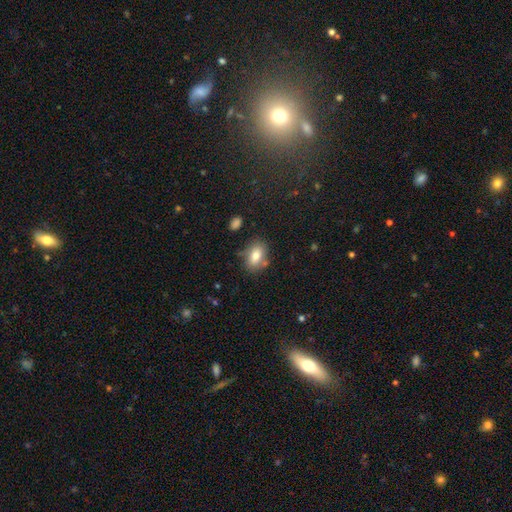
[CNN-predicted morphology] Smooth or featured? smooth (78%)
How rounded? in between (84%)
Merging? none (73%)